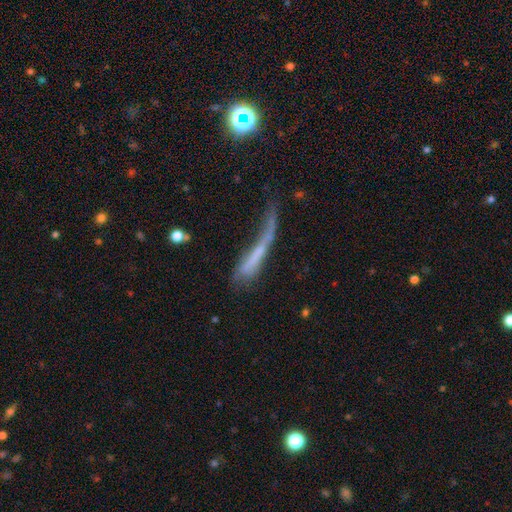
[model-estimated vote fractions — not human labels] smooth_or_featured: smooth (p=0.47) [alt: featured or disk p=0.40]
merging: major disturbance (p=0.46) [alt: none p=0.23]